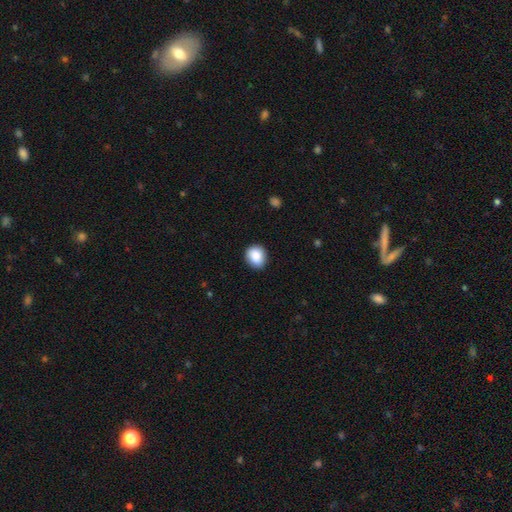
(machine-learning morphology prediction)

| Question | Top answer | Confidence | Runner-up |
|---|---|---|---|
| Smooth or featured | smooth | 87% | star or artifact (8%) |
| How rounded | round | 66% | in between (33%) |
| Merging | none | 82% | minor disturbance (15%) |